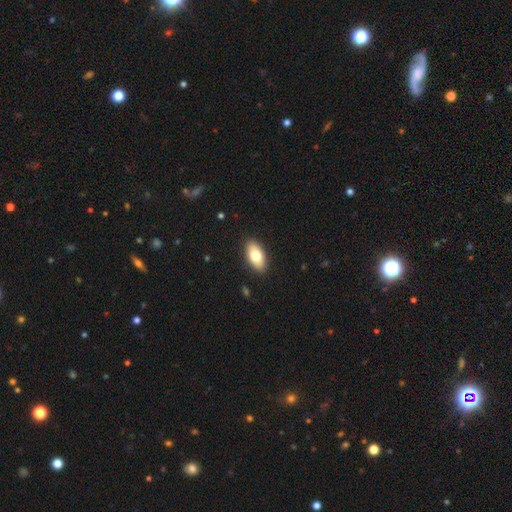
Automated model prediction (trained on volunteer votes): A smooth galaxy with no disk features (74%) that is in between round and cigar-shaped (91%).

Vote fractions:
- Smooth or featured? smooth: 74% / featured or disk: 19% / star or artifact: 6%
- How rounded? in between: 91% / cigar-shaped: 5% / round: 4%
- Merging? none: 90% / minor disturbance: 8% / major disturbance: 2% / merger: 1%